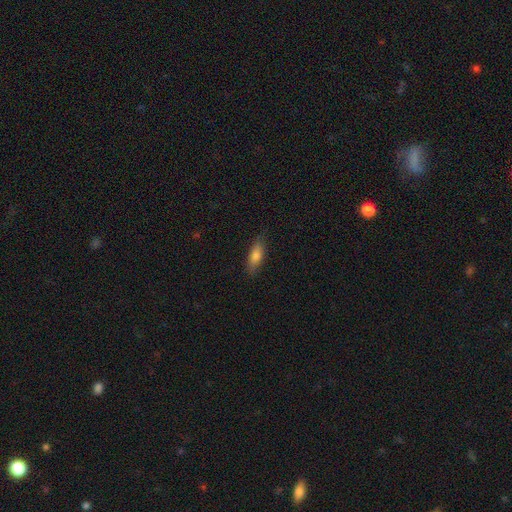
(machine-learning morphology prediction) Smooth or featured? Predicted: smooth (p=0.76). How rounded? Predicted: in between (p=0.60). Merging? Predicted: none (p=0.84).